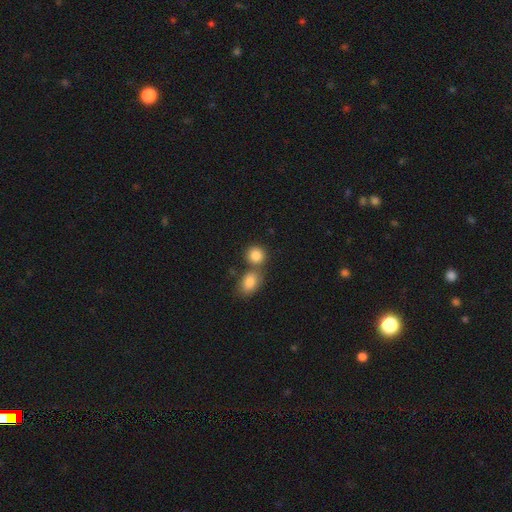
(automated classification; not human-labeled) A smooth galaxy with no disk features (85%) that is round (75%).

Vote fractions:
- Smooth or featured? smooth: 85% / star or artifact: 9% / featured or disk: 6%
- How rounded? round: 75% / in between: 24% / cigar-shaped: 1%
- Merging? none: 52% / merger: 36% / minor disturbance: 9% / major disturbance: 3%